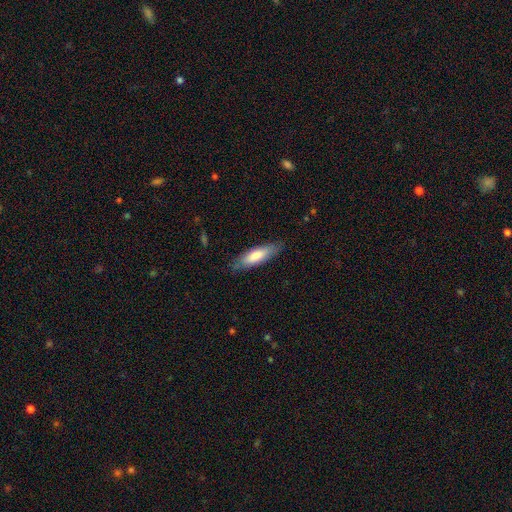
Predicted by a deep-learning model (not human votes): Smooth or featured? Predicted: smooth (p=0.73). How rounded? Predicted: cigar-shaped (p=0.59). Merging? Predicted: none (p=0.82).